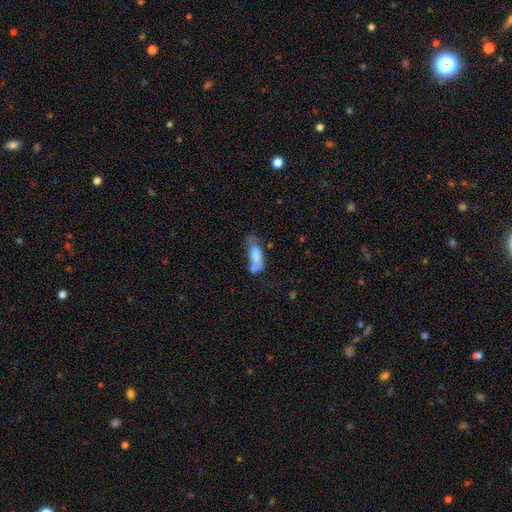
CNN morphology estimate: Overall: smooth (62%; featured or disk 29%). How rounded: in between (63%; cigar-shaped 34%). Merging: merger (29%; none 27%).